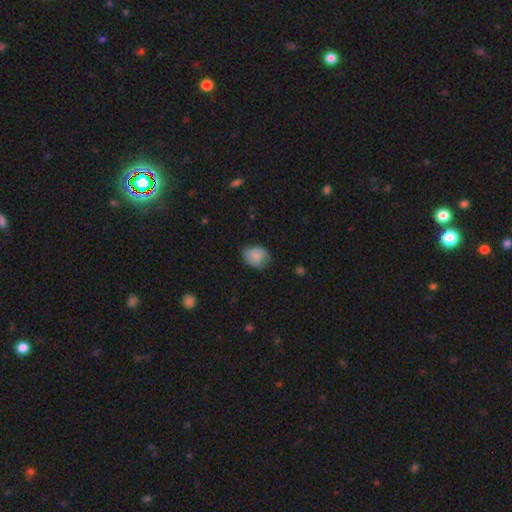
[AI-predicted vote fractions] smooth_or_featured: smooth (p=0.84) [alt: featured or disk p=0.08]
how_rounded: in between (p=0.56) [alt: round p=0.44]
merging: none (p=0.68) [alt: minor disturbance p=0.26]